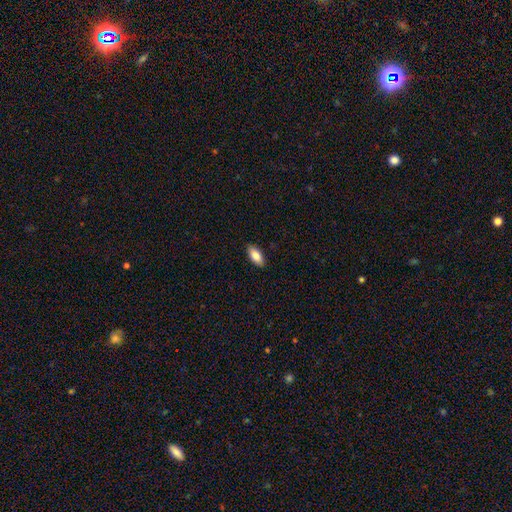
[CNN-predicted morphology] A smooth galaxy with no disk features (84%) that is in between round and cigar-shaped (88%).

Vote fractions:
- Smooth or featured? smooth: 84% / featured or disk: 9% / star or artifact: 6%
- How rounded? in between: 88% / cigar-shaped: 10% / round: 2%
- Merging? none: 90% / minor disturbance: 8% / major disturbance: 2% / merger: 1%